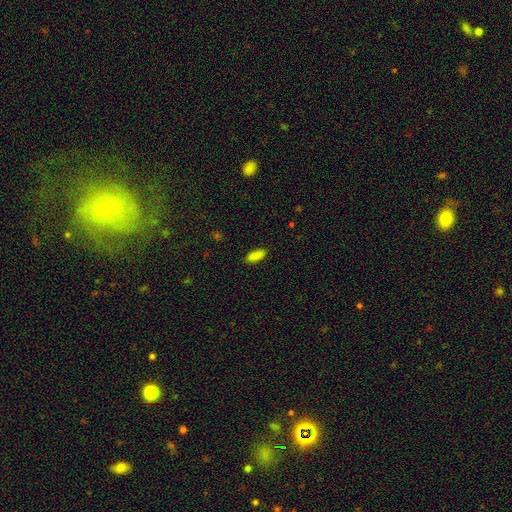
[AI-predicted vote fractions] Q: Smooth or featured?
A: smooth (88%); runner-up: star or artifact (8%)
Q: How rounded?
A: in between (79%); runner-up: cigar-shaped (19%)
Q: Merging?
A: none (89%); runner-up: minor disturbance (8%)